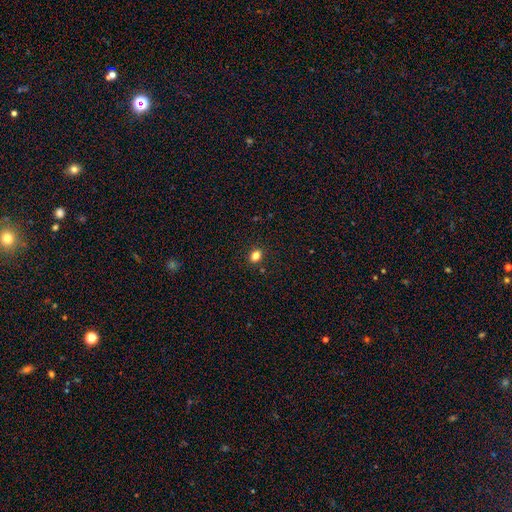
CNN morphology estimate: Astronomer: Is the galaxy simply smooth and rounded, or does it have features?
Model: smooth — 82%.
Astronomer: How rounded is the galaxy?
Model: in between — 58% (runner-up: round, 41%).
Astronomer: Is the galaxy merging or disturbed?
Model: none — 89%.